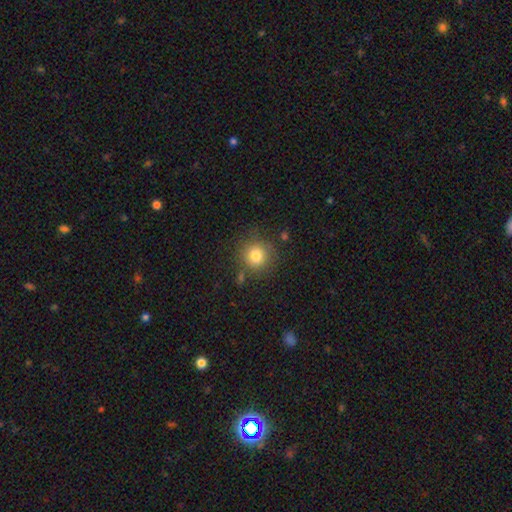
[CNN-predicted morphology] Smooth or featured: smooth — 80% (star or artifact — 12%)
How rounded: round — 92% (in between — 7%)
Merging: none — 82% (minor disturbance — 10%)